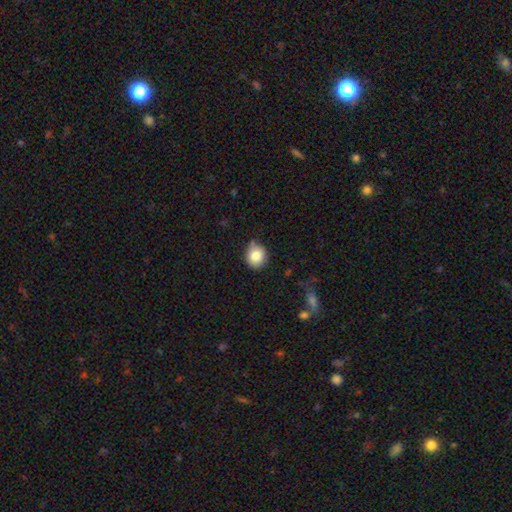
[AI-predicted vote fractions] Smooth or featured?
  - smooth: 83% *
  - star or artifact: 9%
  - featured or disk: 8%
How rounded?
  - round: 82% *
  - in between: 17%
  - cigar-shaped: 1%
Merging?
  - none: 75% *
  - minor disturbance: 19%
  - major disturbance: 3%
  - merger: 3%